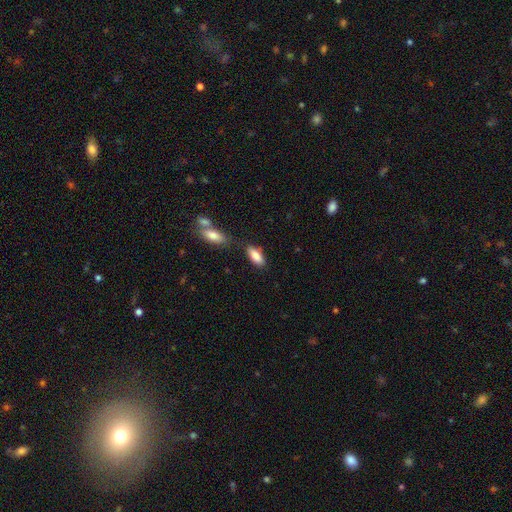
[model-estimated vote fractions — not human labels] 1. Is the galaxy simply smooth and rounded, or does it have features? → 85% smooth, 8% featured or disk, 7% star or artifact.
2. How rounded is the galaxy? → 82% in between, 15% cigar-shaped, 2% round.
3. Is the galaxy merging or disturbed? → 74% none, 15% minor disturbance, 8% merger, 4% major disturbance.